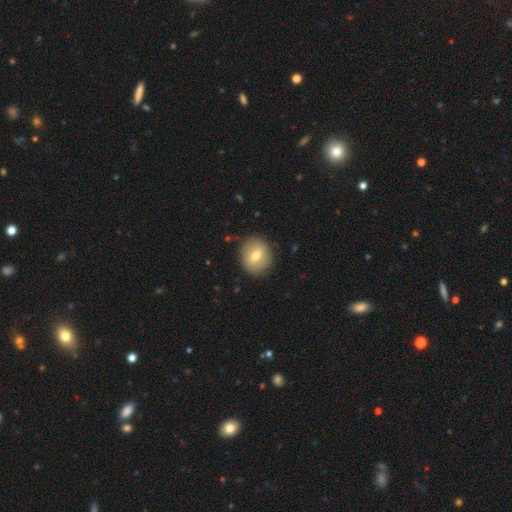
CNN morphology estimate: Q: Smooth or featured?
A: smooth (65%); runner-up: featured or disk (27%)
Q: How rounded?
A: round (74%); runner-up: in between (25%)
Q: Merging?
A: none (85%); runner-up: minor disturbance (11%)